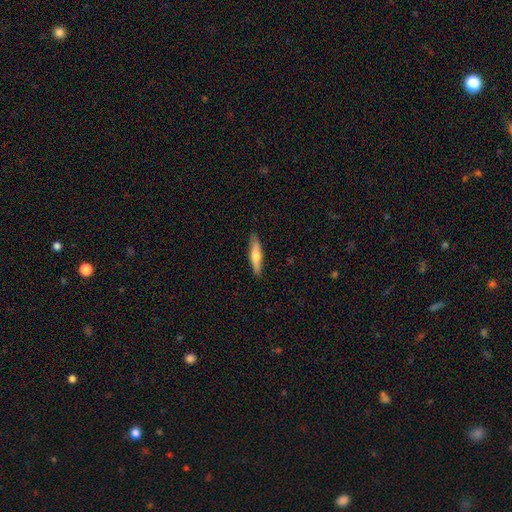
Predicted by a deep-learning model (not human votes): smooth-or-featured: smooth: 59% | featured or disk: 35% | star or artifact: 6%
  how-rounded: cigar-shaped: 79% | in between: 19% | round: 2%
  merging: none: 88% | minor disturbance: 9% | major disturbance: 2% | merger: 1%